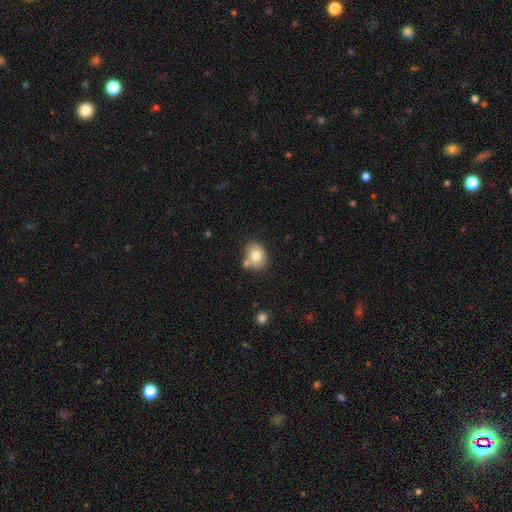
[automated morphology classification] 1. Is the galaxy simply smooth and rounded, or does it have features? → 76% smooth, 15% featured or disk, 9% star or artifact.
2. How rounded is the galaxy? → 56% in between, 43% round, 1% cigar-shaped.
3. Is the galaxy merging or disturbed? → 63% none, 18% merger, 16% minor disturbance, 4% major disturbance.